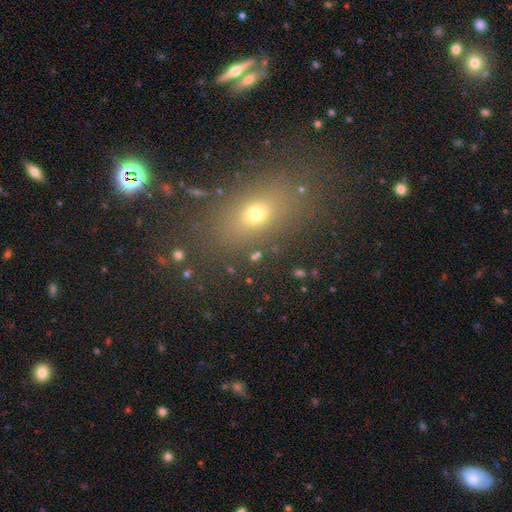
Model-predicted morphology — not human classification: Overall: smooth (63%; star or artifact 24%). How rounded: in between (71%). Merging: none (81%).